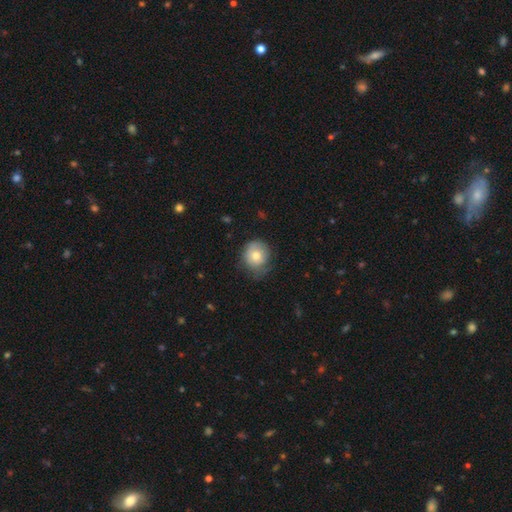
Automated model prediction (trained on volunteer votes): smooth_or_featured: smooth (p=0.73) [alt: featured or disk p=0.19]
how_rounded: round (p=0.82) [alt: in between p=0.17]
merging: none (p=0.56) [alt: minor disturbance p=0.32]